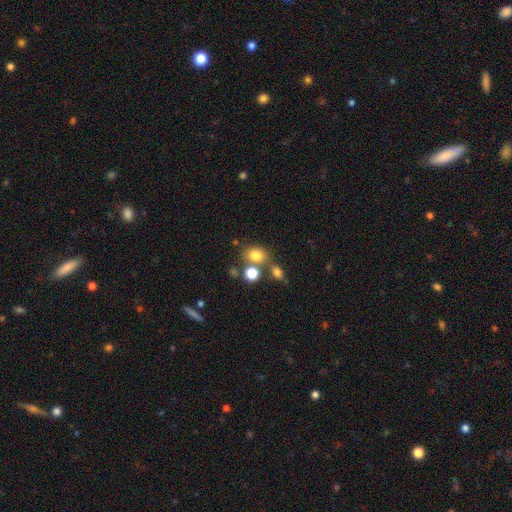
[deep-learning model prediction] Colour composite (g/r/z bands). It shows a smooth galaxy with no disk features (78%) that is round (50%). Merging: none (59%).